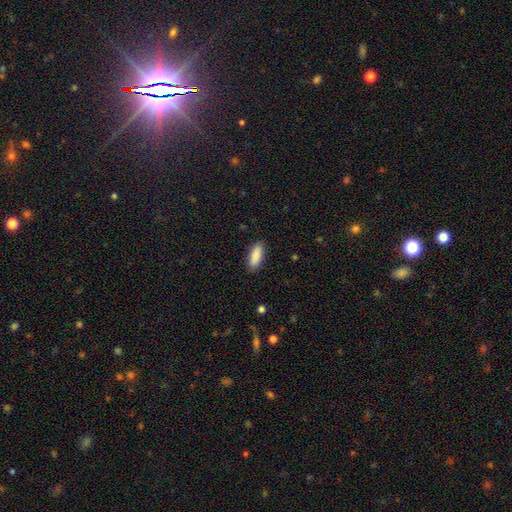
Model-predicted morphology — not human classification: A smooth galaxy with no disk features (89%) that is in between round and cigar-shaped (73%). Merging: none (88%).